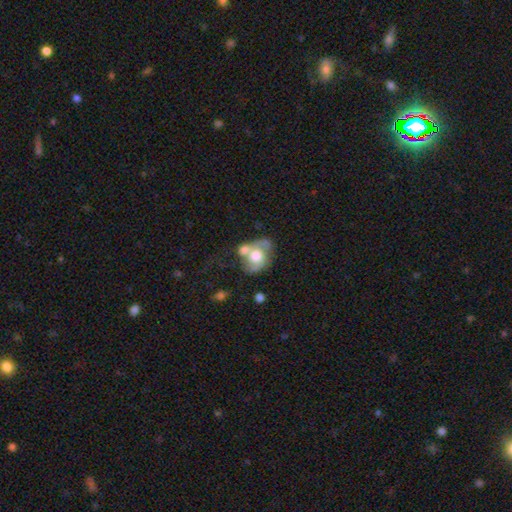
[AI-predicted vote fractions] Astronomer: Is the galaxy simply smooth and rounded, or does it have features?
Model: featured or disk — 57% (runner-up: smooth, 35%).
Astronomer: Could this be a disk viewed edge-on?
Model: no — 96%.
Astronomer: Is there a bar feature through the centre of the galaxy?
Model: no — 78%.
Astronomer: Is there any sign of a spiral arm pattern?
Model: yes — 58% (runner-up: no, 42%).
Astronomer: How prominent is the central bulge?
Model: large — 49% (runner-up: moderate, 37%).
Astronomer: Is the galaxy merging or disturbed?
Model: merger — 39% (runner-up: none, 31%).